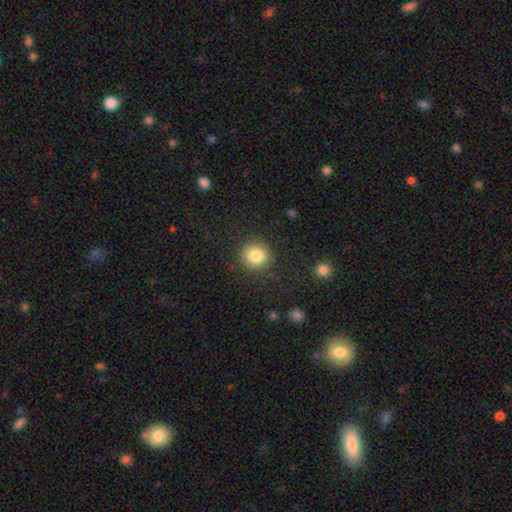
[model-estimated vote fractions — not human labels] This is clearly a smooth galaxy (82%). How rounded: clearly round (93%). Merging: clearly none (89%).